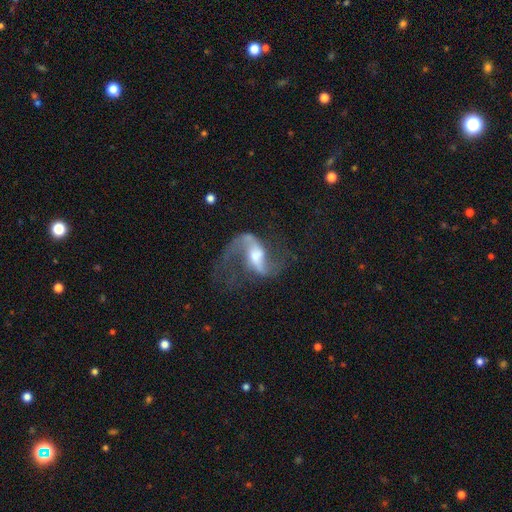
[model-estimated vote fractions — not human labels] A featured or disk galaxy (89%) with a weak bar (42%), 2 (91%) loose (76%) spiral arms (96%) and a moderate central bulge (45%).

Vote fractions:
- Smooth or featured? featured or disk: 89% / smooth: 6% / star or artifact: 6%
- Edge-on disk? no: 97% / yes: 3%
- Bar? weak: 42% / strong: 35% / no: 23%
- Spiral arms? yes: 96% / no: 4%
- Spiral winding? loose: 76% / medium: 20% / tight: 4%
- Spiral arm count? 2: 91% / 1: 5% / can't tell: 2% / 3: 1% / 4: 1% / more than 4: 1%
- Bulge size? moderate: 45% / small: 30% / large: 15% / none: 8% / dominant: 2%
- Merging? none: 58% / major disturbance: 23% / minor disturbance: 16% / merger: 4%